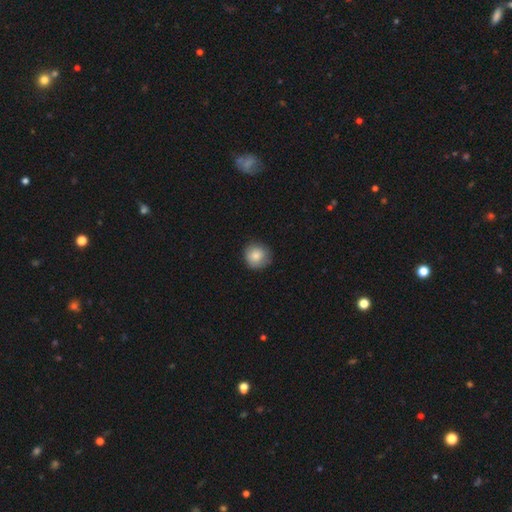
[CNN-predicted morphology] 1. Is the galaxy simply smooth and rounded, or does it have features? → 84% smooth, 9% featured or disk, 7% star or artifact.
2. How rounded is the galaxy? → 92% round, 7% in between, 1% cigar-shaped.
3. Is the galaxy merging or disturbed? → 80% none, 16% minor disturbance, 3% major disturbance, 1% merger.